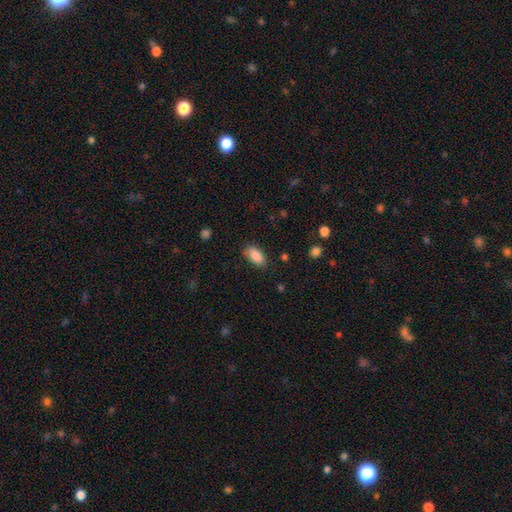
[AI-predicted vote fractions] smooth 89%, star or artifact 7%, featured or disk 4%. Down the decision tree: how rounded — in between (92%); merging — none (81%).